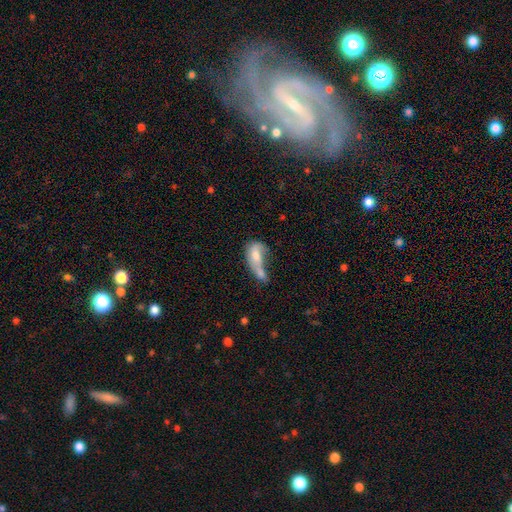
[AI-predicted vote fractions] Q: Smooth or featured?
A: smooth (63%); runner-up: featured or disk (29%)
Q: How rounded?
A: in between (77%); runner-up: cigar-shaped (14%)
Q: Merging?
A: merger (57%); runner-up: major disturbance (19%)